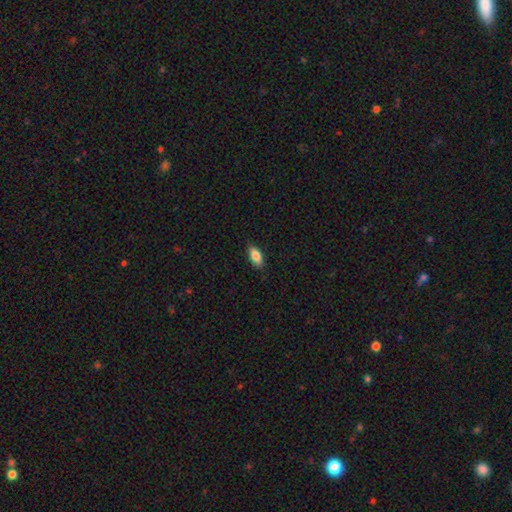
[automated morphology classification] Smooth or featured?
  - smooth: 83% *
  - featured or disk: 10%
  - star or artifact: 7%
How rounded?
  - in between: 84% *
  - cigar-shaped: 13%
  - round: 3%
Merging?
  - none: 86% *
  - minor disturbance: 11%
  - major disturbance: 2%
  - merger: 1%